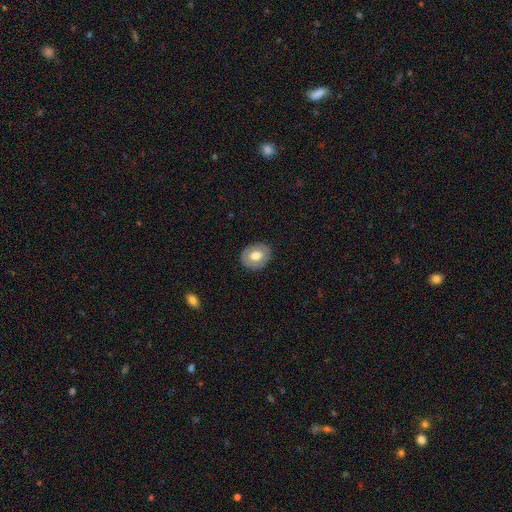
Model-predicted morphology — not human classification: Q: Smooth or featured?
A: smooth (61%); runner-up: featured or disk (32%)
Q: How rounded?
A: in between (53%); runner-up: round (46%)
Q: Merging?
A: none (86%); runner-up: minor disturbance (10%)